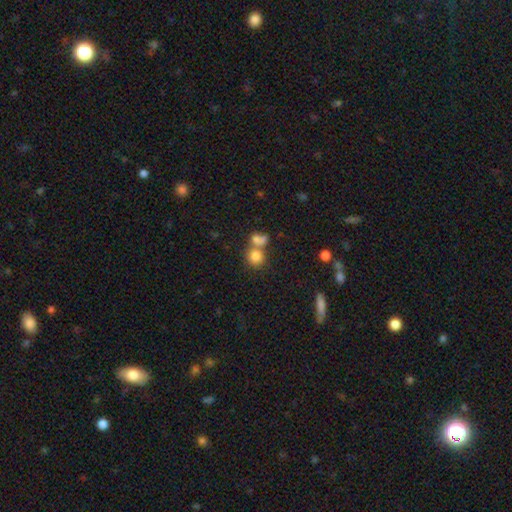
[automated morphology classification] smooth_or_featured: smooth (p=0.80) [alt: star or artifact p=0.10]
how_rounded: round (p=0.81) [alt: in between p=0.18]
merging: merger (p=0.45) [alt: none p=0.42]